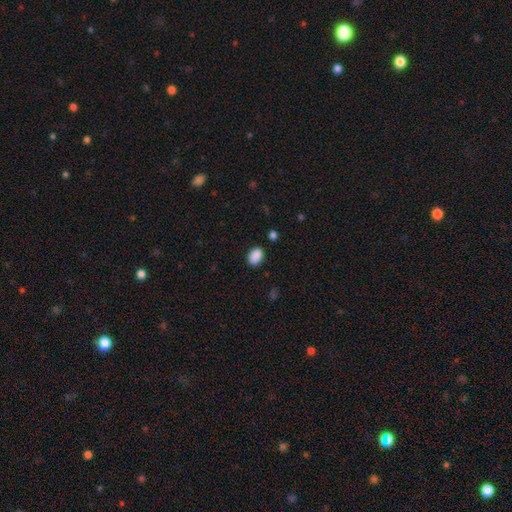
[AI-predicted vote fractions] Smooth or featured: smooth — 88% (star or artifact — 9%)
How rounded: in between — 79% (round — 20%)
Merging: none — 82% (minor disturbance — 13%)